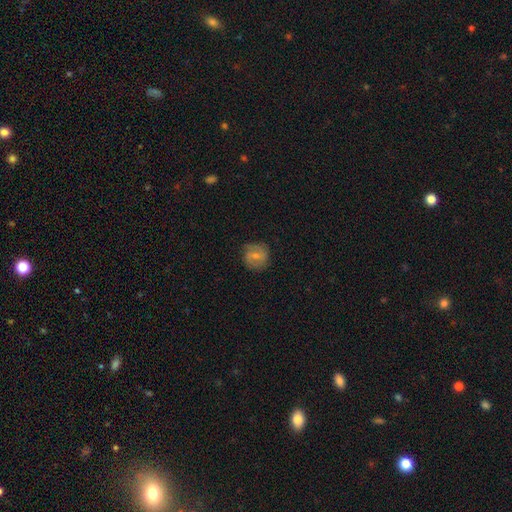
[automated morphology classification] This is possibly a smooth galaxy (51%). How rounded: clearly round (83%). Merging: likely none (71%).